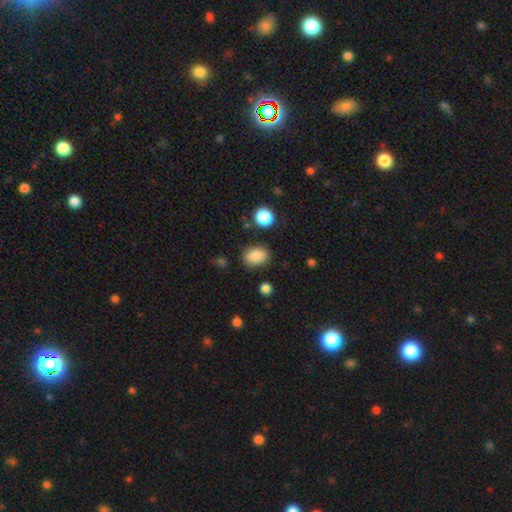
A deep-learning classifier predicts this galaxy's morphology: This appears to be a smooth galaxy with no disk features (85%) that is in between round and cigar-shaped (69%). Merging: none (84%).